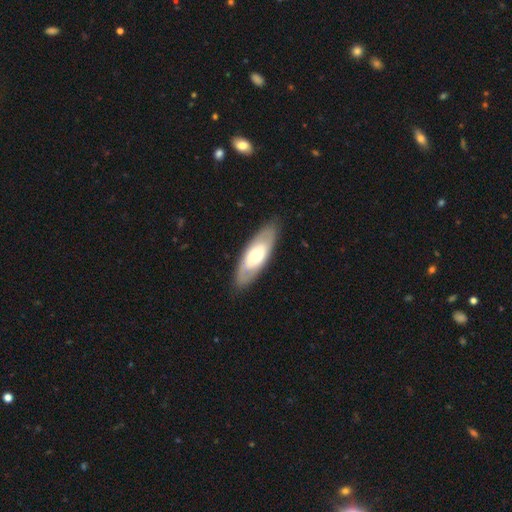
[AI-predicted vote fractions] Morphology: type=featured or disk (51%); edge-on=no (78%); merging=none (85%).